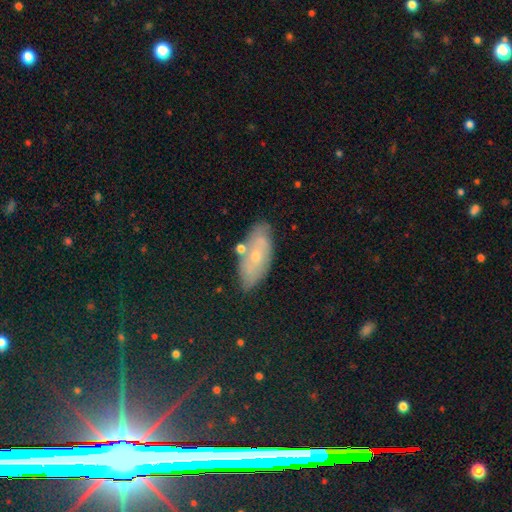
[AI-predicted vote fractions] featured or disk 44% (tied), smooth 44% (tied), star or artifact 11%. Down the decision tree: merging — none (71%).